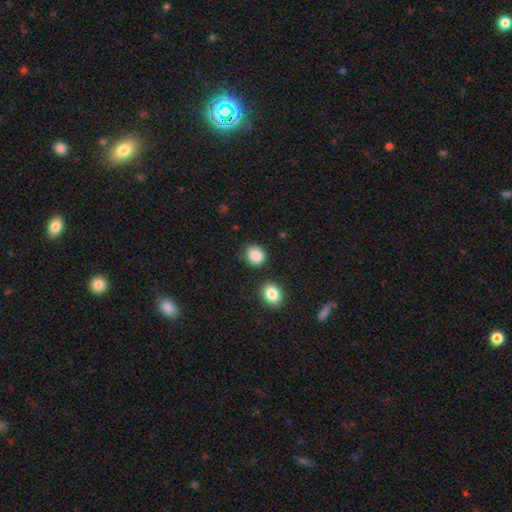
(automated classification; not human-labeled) smooth 87%, star or artifact 8%, featured or disk 4%. Down the decision tree: how rounded — round (73%); merging — none (76%).